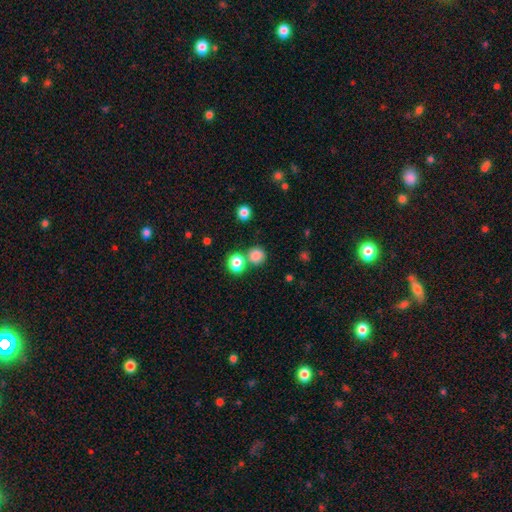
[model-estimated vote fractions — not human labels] smooth-or-featured: smooth: 82% | star or artifact: 13% | featured or disk: 5%
  how-rounded: round: 91% | in between: 8% | cigar-shaped: 1%
  merging: none: 71% | merger: 19% | minor disturbance: 7% | major disturbance: 3%